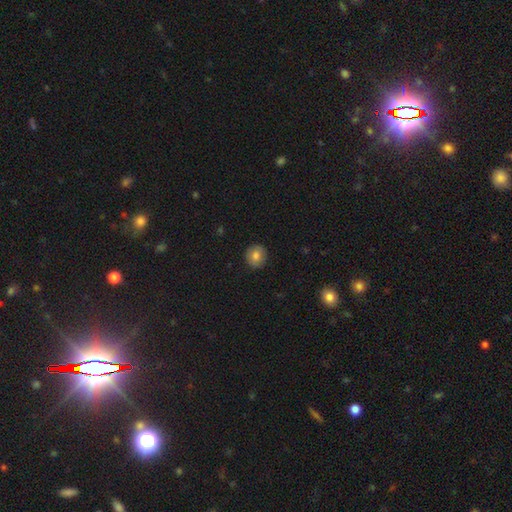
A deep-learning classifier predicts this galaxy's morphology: Smooth or featured?
  - smooth: 81% *
  - featured or disk: 10%
  - star or artifact: 9%
How rounded?
  - round: 91% *
  - in between: 8%
  - cigar-shaped: 1%
Merging?
  - none: 91% *
  - minor disturbance: 7%
  - major disturbance: 2%
  - merger: 1%